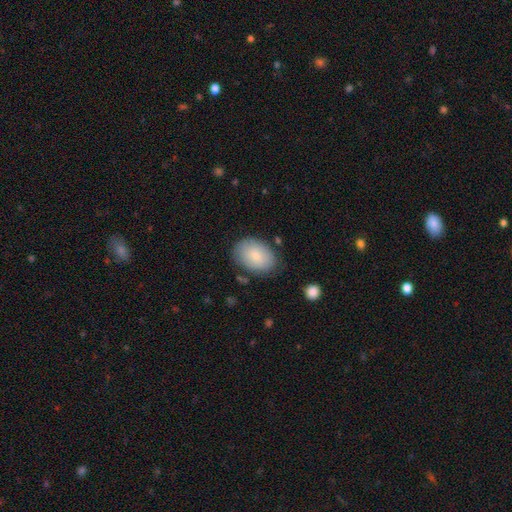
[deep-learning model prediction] Overall: smooth (79%). How rounded: in between (84%). Merging: none (78%).